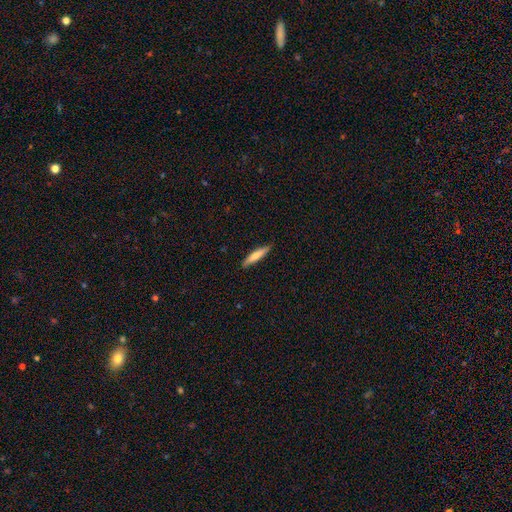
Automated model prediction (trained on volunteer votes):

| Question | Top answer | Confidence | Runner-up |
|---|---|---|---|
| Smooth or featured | smooth | 72% | featured or disk (22%) |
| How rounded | cigar-shaped | 87% | in between (12%) |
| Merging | none | 85% | minor disturbance (12%) |